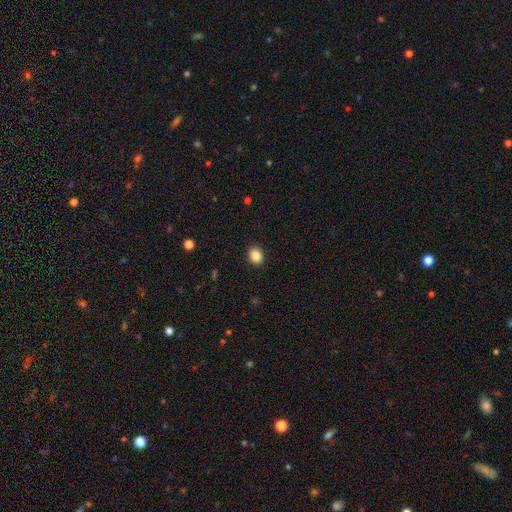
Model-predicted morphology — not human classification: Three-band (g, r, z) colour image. It shows a smooth galaxy with no disk features (87%) that is round (52%). Merging: none (90%).